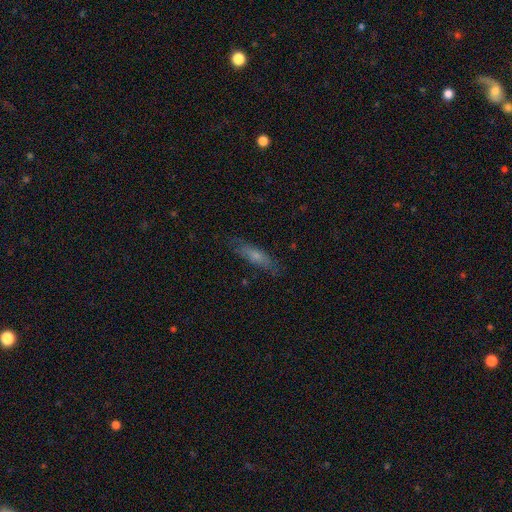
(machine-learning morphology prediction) Smooth or featured?
  - smooth: 61% *
  - featured or disk: 32%
  - star or artifact: 8%
How rounded?
  - cigar-shaped: 71% *
  - in between: 26%
  - round: 2%
Merging?
  - none: 80% *
  - minor disturbance: 15%
  - major disturbance: 4%
  - merger: 1%